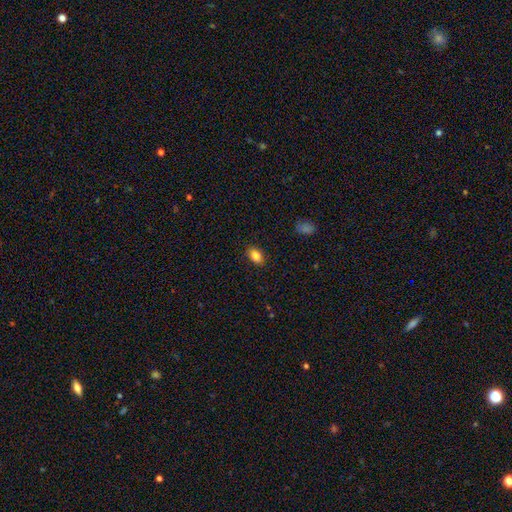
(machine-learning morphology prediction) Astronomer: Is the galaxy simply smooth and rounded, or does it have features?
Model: smooth — 85%.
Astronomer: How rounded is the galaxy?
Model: in between — 86%.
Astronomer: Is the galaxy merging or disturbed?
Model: none — 88%.